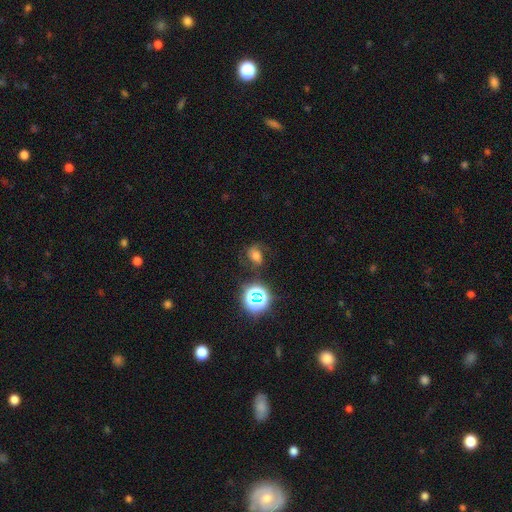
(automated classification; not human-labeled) Smooth or featured?
  - smooth: 40% *
  - featured or disk: 34%
  - star or artifact: 27%
Merging?
  - none: 61% *
  - minor disturbance: 21%
  - major disturbance: 14%
  - merger: 3%